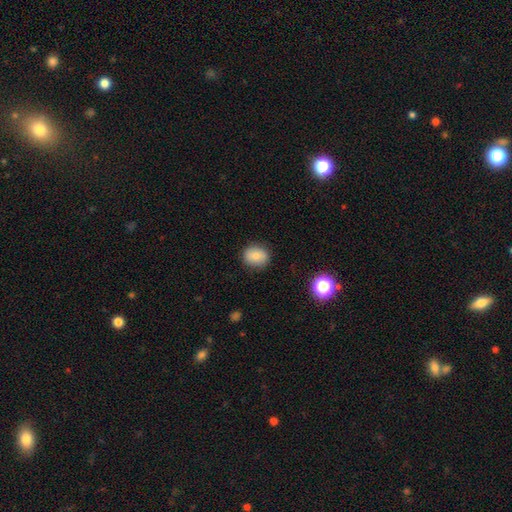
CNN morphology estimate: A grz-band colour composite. It shows a smooth galaxy with no disk features (80%) that is round (70%). Merging: none (87%).